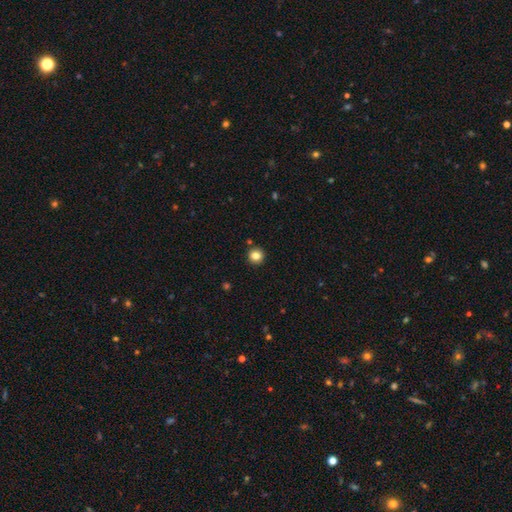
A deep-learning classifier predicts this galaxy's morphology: A smooth galaxy with no disk features (83%) that is round (93%). Merging: none (91%).